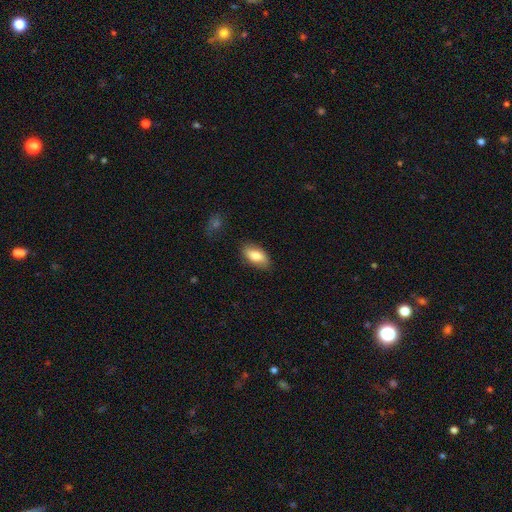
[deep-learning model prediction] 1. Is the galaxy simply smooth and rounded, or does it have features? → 78% smooth, 15% featured or disk, 7% star or artifact.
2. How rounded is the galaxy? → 91% in between, 5% cigar-shaped, 4% round.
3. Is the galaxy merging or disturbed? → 83% none, 13% minor disturbance, 3% major disturbance, 1% merger.